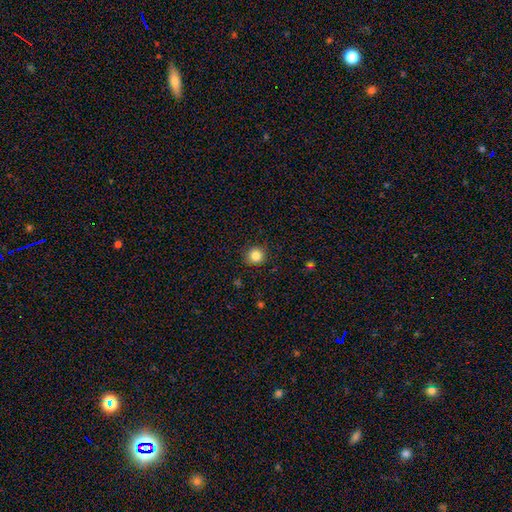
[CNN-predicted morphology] smooth 84%, star or artifact 11%, featured or disk 5%. Down the decision tree: how rounded — round (91%); merging — none (89%).